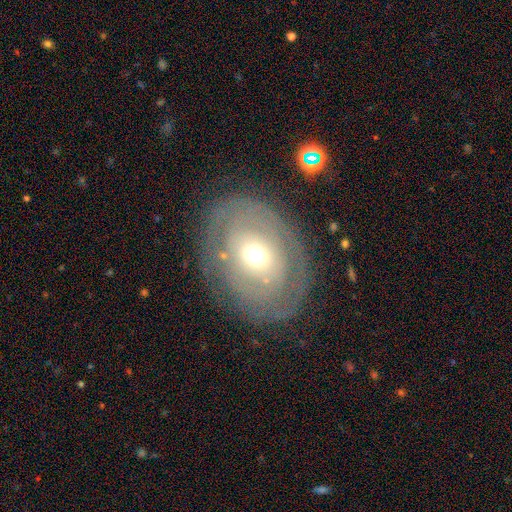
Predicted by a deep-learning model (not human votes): Morphology: type=featured or disk (58%); edge-on=no (94%); bar=no (81%); spiral arms=no (58%); bulge=moderate (61%); merging=none (74%).